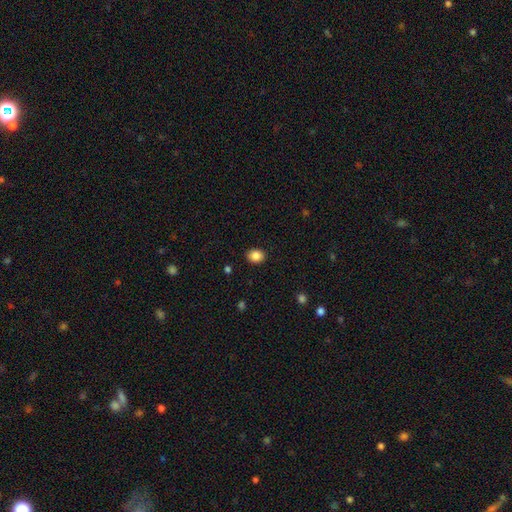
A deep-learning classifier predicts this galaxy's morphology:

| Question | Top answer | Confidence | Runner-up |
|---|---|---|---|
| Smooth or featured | smooth | 87% | star or artifact (9%) |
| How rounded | round | 50% | in between (49%) |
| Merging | none | 90% | minor disturbance (7%) |